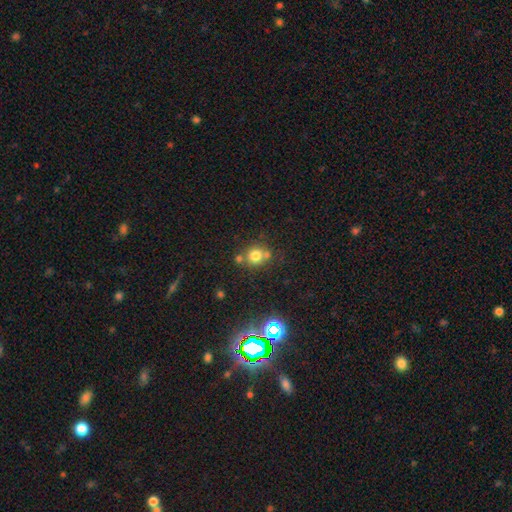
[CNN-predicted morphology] Smooth or featured? Predicted: smooth (p=0.75). How rounded? Predicted: round (p=0.85). Merging? Predicted: none (p=0.62).